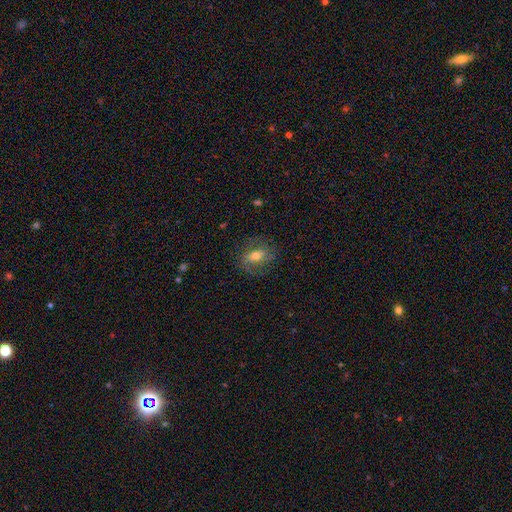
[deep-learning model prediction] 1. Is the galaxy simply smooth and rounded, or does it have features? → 48% featured or disk, 41% smooth, 11% star or artifact.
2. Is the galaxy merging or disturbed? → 75% none, 16% minor disturbance, 8% major disturbance, 1% merger.